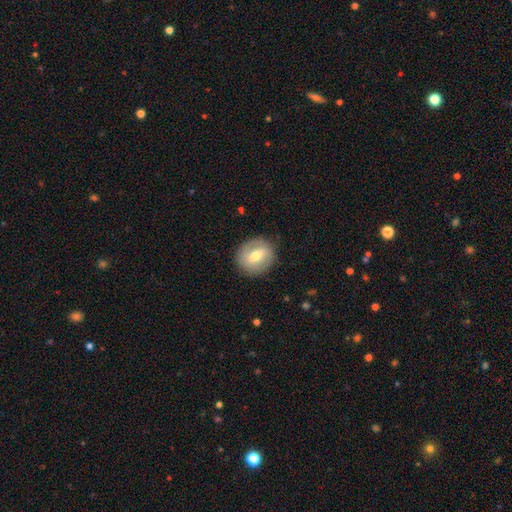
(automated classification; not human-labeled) This is possibly a smooth galaxy (50%). Merging: clearly none (85%).